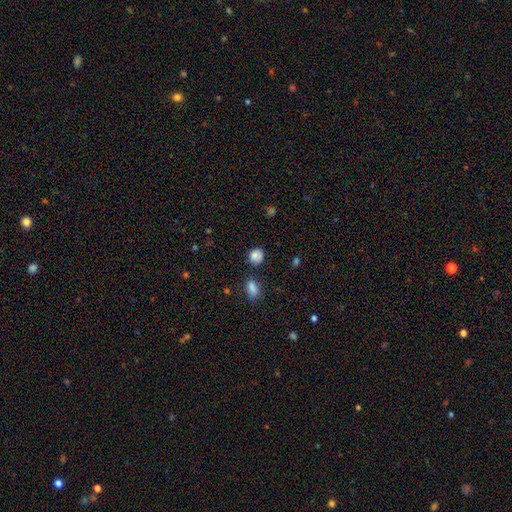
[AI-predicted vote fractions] A smooth galaxy with no disk features (85%) that is round (79%). Merging: none (76%).